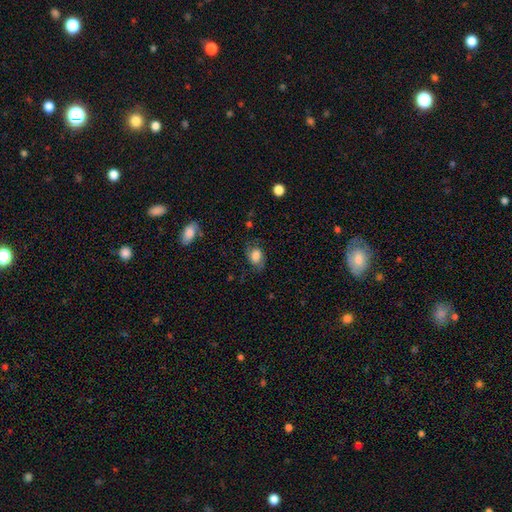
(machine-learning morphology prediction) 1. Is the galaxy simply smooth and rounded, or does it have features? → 64% smooth, 27% featured or disk, 9% star or artifact.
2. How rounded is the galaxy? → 75% in between, 23% round, 2% cigar-shaped.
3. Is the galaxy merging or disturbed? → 65% none, 22% minor disturbance, 11% major disturbance, 2% merger.